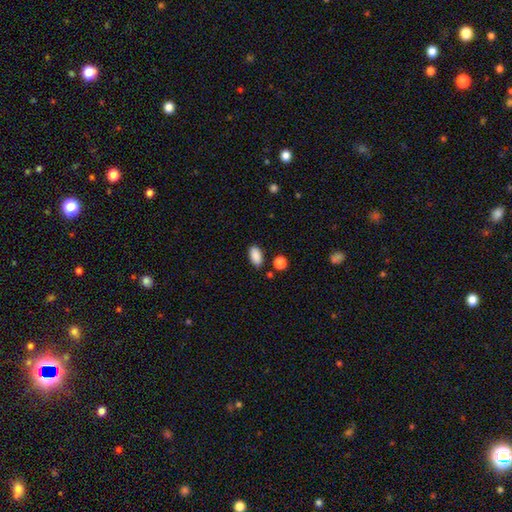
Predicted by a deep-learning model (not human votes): Q: Smooth or featured?
A: smooth (89%); runner-up: star or artifact (8%)
Q: How rounded?
A: in between (92%); runner-up: round (5%)
Q: Merging?
A: none (82%); runner-up: minor disturbance (12%)